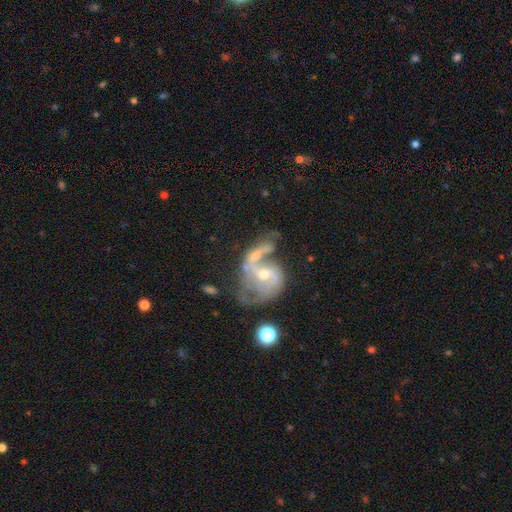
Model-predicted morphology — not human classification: A featured or disk galaxy (83%) with no bar (47%), 2 (71%) loose (45%) spiral arms (90%) and a moderate central bulge (47%). Merging: major disturbance (30%).